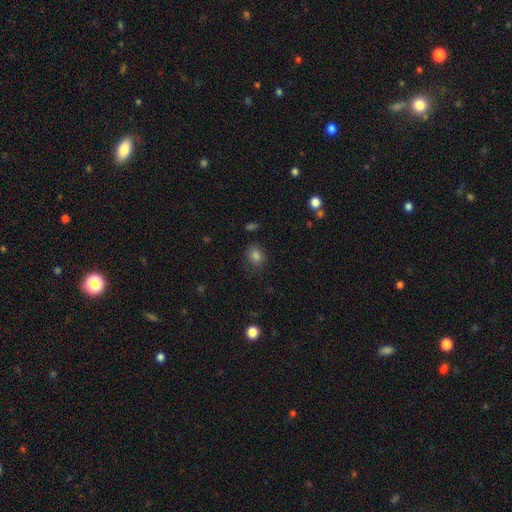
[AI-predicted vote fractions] smooth_or_featured: smooth (p=0.81) [alt: star or artifact p=0.12]
how_rounded: round (p=0.59) [alt: in between p=0.40]
merging: none (p=0.74) [alt: minor disturbance p=0.18]